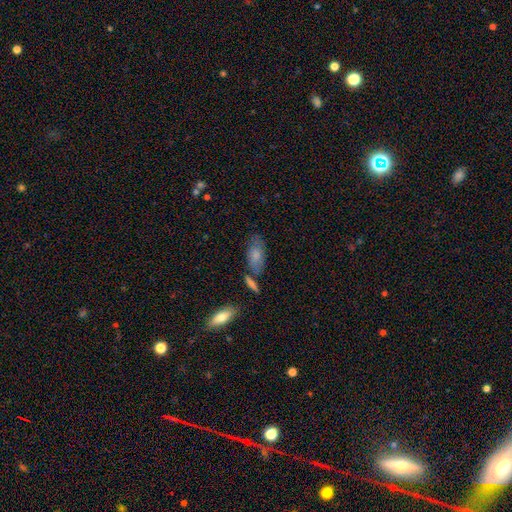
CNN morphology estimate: type=smooth (77%); roundness=in between (88%); merging=none (62%).